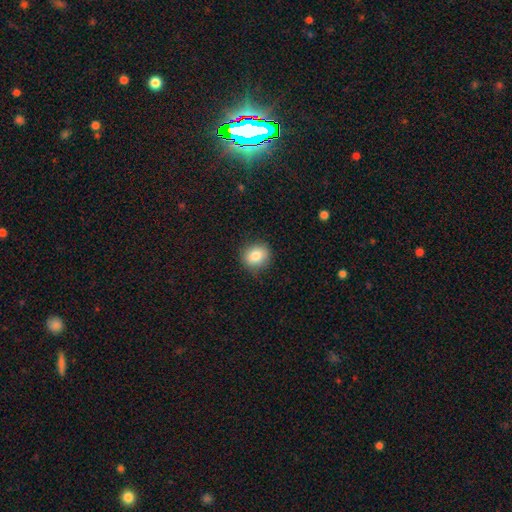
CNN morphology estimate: A smooth galaxy with no disk features (82%) that is round (73%). Merging: none (85%).